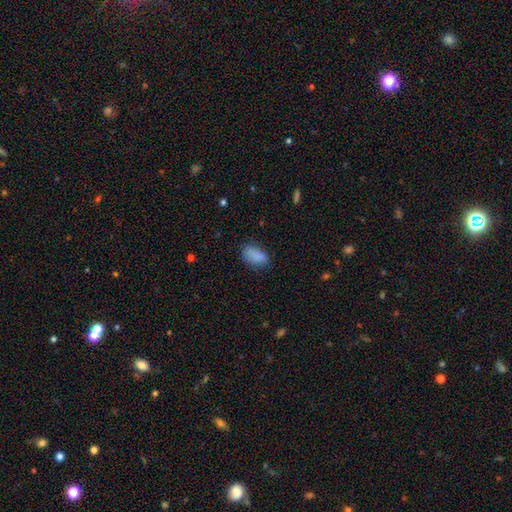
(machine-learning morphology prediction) type=smooth (86%); roundness=in between (91%); merging=none (73%).